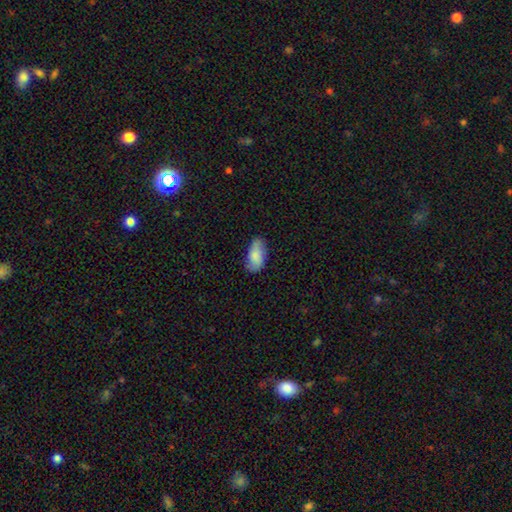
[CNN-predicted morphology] Smooth or featured?
  - smooth: 76% *
  - featured or disk: 17%
  - star or artifact: 7%
How rounded?
  - in between: 93% *
  - cigar-shaped: 4%
  - round: 3%
Merging?
  - none: 72% *
  - minor disturbance: 22%
  - major disturbance: 5%
  - merger: 1%